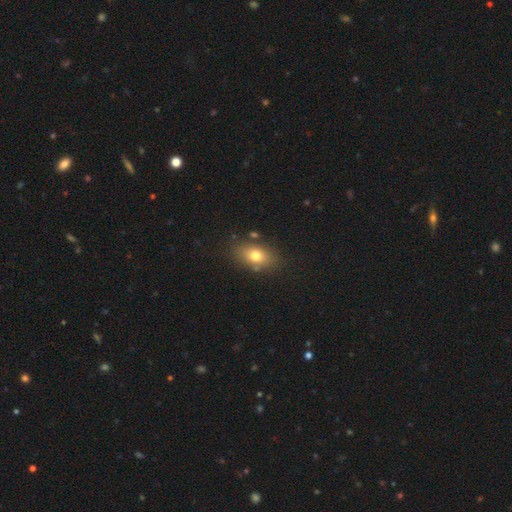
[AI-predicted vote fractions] smooth_or_featured: smooth (p=0.77) [alt: featured or disk p=0.13]
how_rounded: in between (p=0.82) [alt: round p=0.16]
merging: none (p=0.80) [alt: minor disturbance p=0.12]